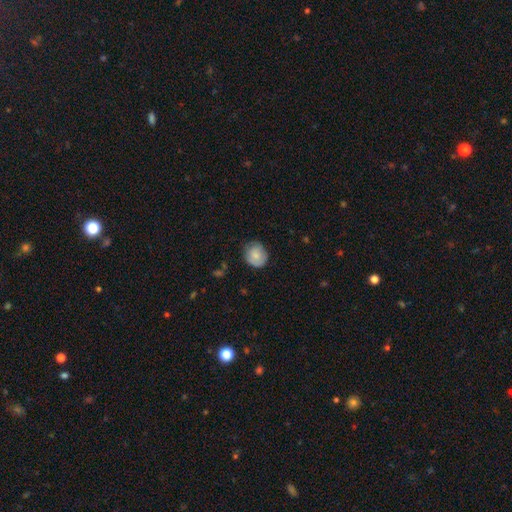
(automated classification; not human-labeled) Smooth or featured? smooth (75%)
How rounded? round (76%)
Merging? none (67%)